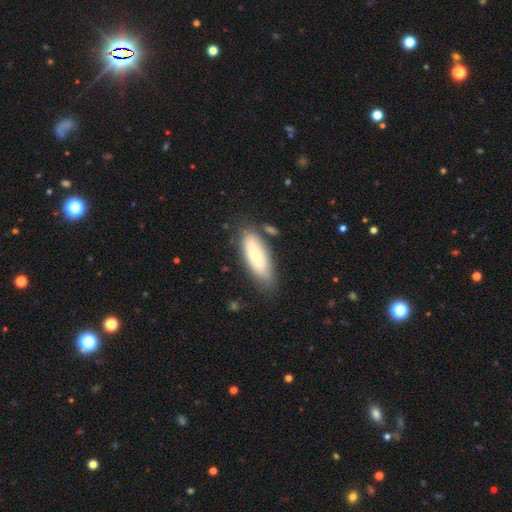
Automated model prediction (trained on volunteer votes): This is likely a smooth galaxy (70%). How rounded: likely in between (70%). Merging: likely none (73%).